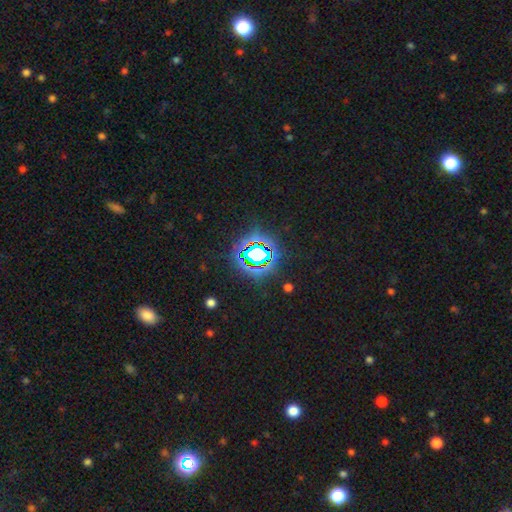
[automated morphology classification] Smooth or featured?
  - star or artifact: 72% *
  - smooth: 17%
  - featured or disk: 11%